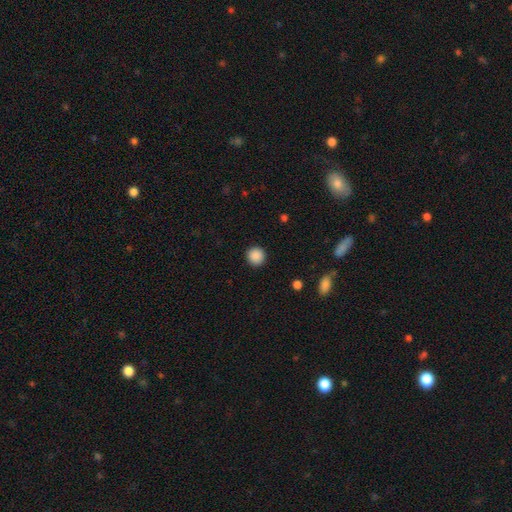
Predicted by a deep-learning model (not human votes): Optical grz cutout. It shows a smooth galaxy with no disk features (88%) that is round (94%). Merging: none (92%).